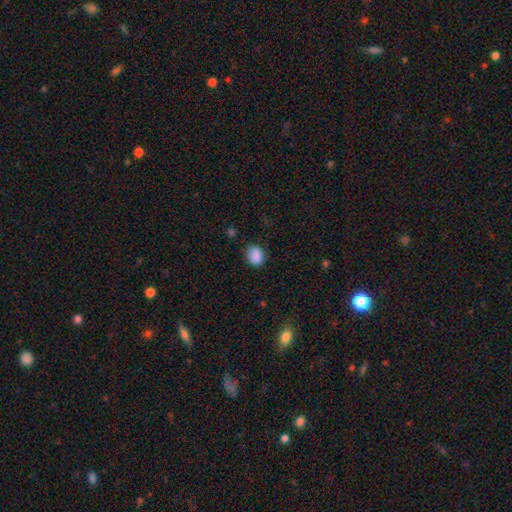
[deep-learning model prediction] Morphology: type=smooth (87%); roundness=in between (53%); merging=none (77%).